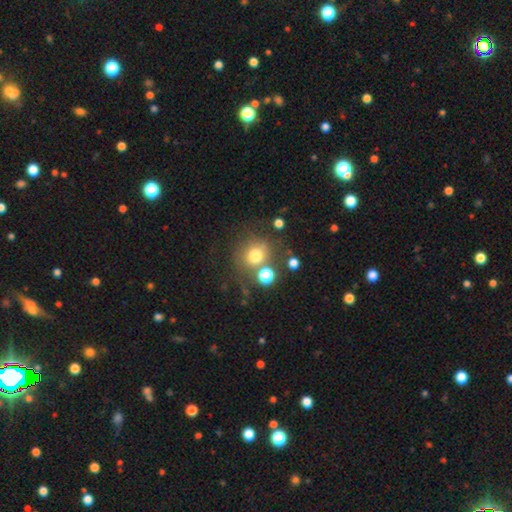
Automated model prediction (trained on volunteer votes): smooth 72%, star or artifact 16%, featured or disk 12%. Down the decision tree: how rounded — round (87%); merging — none (63%).